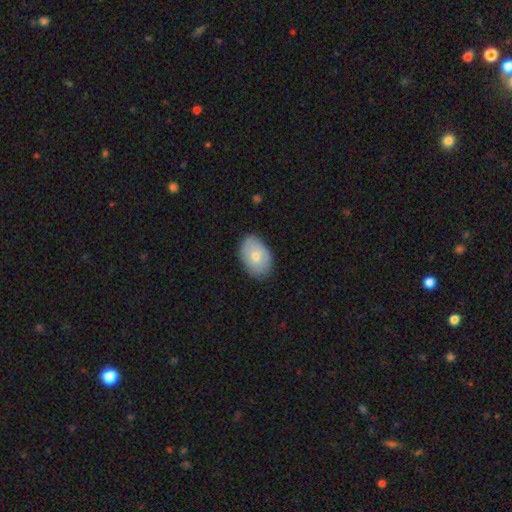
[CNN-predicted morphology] type=smooth (74%); roundness=in between (87%); merging=none (81%).